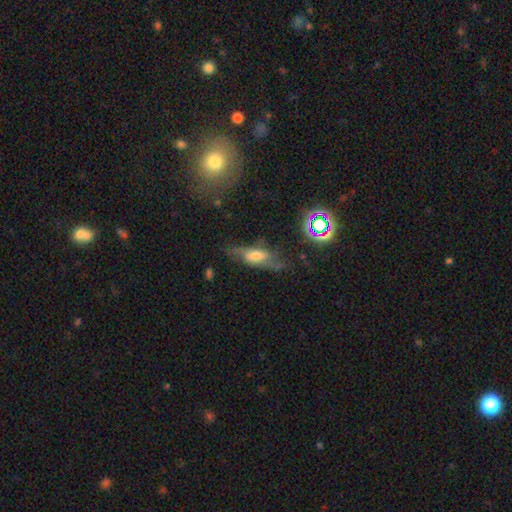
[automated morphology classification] Q: Smooth or featured?
A: featured or disk (58%); runner-up: smooth (31%)
Q: Edge-on disk?
A: no (62%); runner-up: yes (38%)
Q: Merging?
A: none (53%); runner-up: minor disturbance (26%)